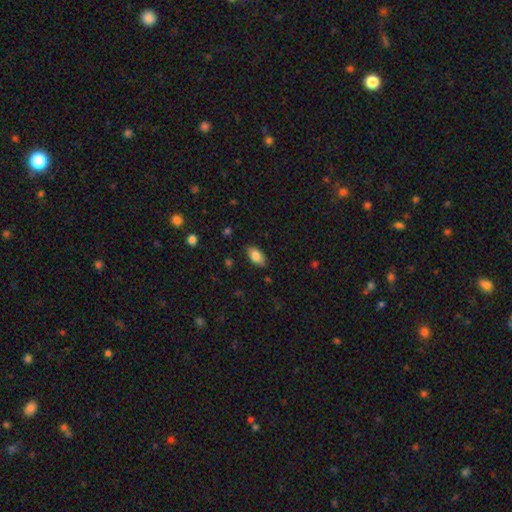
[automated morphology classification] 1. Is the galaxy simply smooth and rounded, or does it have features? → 83% smooth, 9% featured or disk, 7% star or artifact.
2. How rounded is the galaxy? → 93% in between, 4% round, 3% cigar-shaped.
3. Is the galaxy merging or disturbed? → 83% none, 14% minor disturbance, 3% major disturbance, 1% merger.